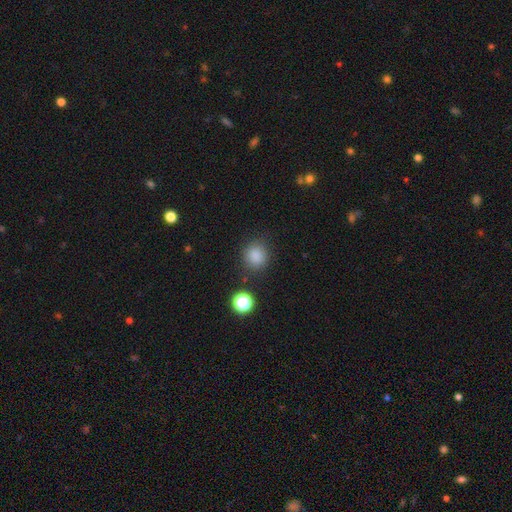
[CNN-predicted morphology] Smooth or featured? smooth (83%)
How rounded? round (84%)
Merging? none (83%)